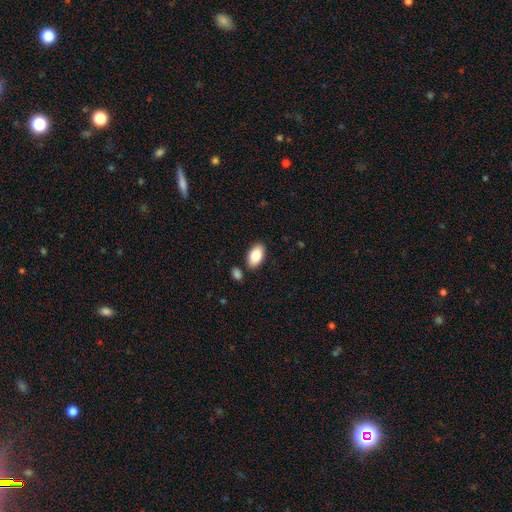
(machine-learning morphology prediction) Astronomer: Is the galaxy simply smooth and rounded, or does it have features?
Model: smooth — 84%.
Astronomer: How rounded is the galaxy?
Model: in between — 94%.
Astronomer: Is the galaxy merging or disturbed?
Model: none — 84%.